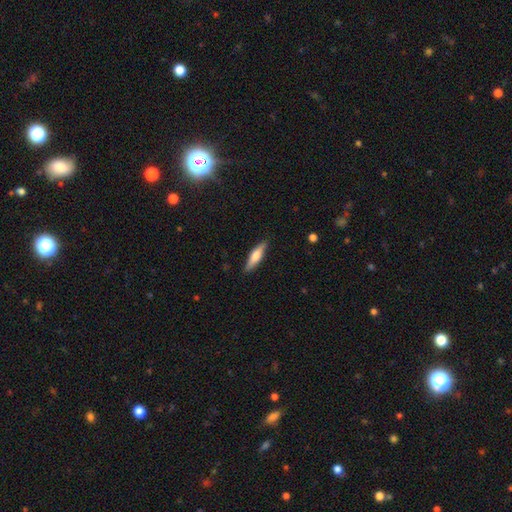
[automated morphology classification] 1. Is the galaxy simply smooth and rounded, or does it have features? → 60% smooth, 35% featured or disk, 5% star or artifact.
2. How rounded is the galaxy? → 70% cigar-shaped, 28% in between, 2% round.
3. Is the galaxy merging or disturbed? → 88% none, 9% minor disturbance, 2% major disturbance, 1% merger.